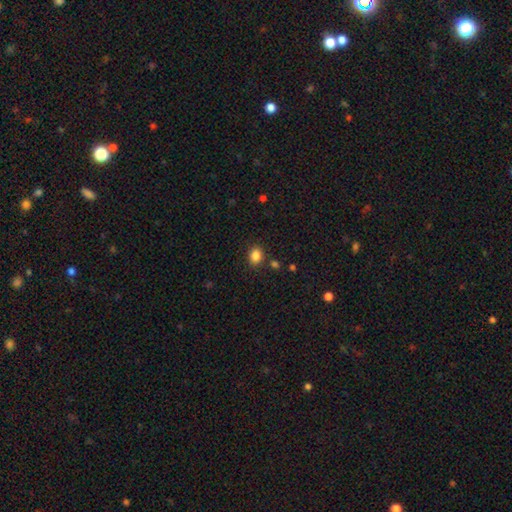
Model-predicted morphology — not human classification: A smooth galaxy with no disk features (85%) that is round (50%). Merging: none (83%).